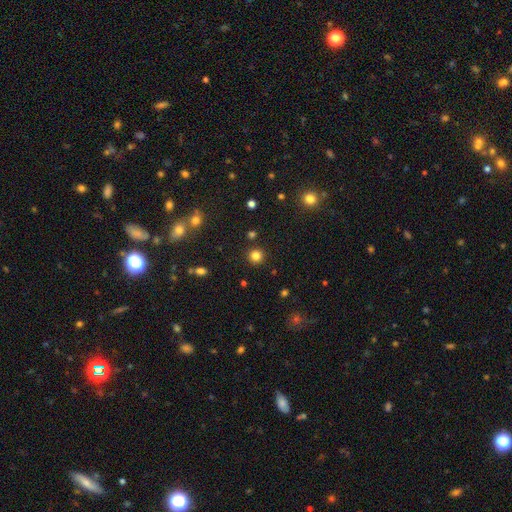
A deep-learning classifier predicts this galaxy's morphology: The model was most divided on "smooth or featured": smooth: 82%, star or artifact: 14%, featured or disk: 4%. More confident: how rounded — round (95%); merging — none (91%).